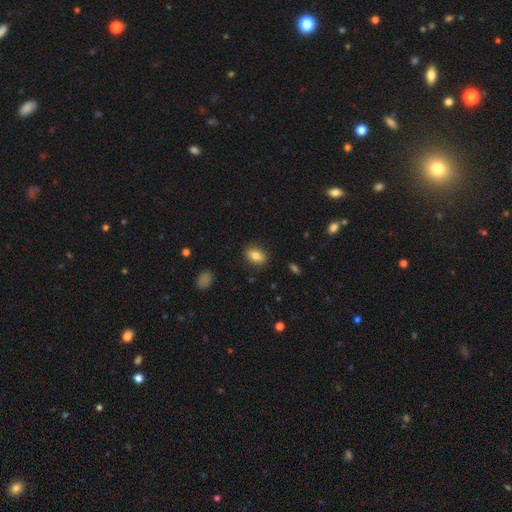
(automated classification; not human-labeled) Q: Smooth or featured?
A: smooth (83%); runner-up: featured or disk (9%)
Q: How rounded?
A: in between (81%); runner-up: round (17%)
Q: Merging?
A: none (88%); runner-up: minor disturbance (9%)